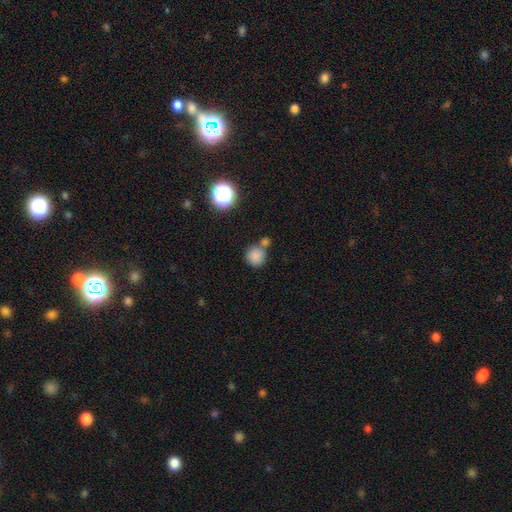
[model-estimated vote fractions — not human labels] Smooth or featured: smooth — 83% (star or artifact — 11%)
How rounded: round — 91% (in between — 8%)
Merging: none — 59% (merger — 27%)